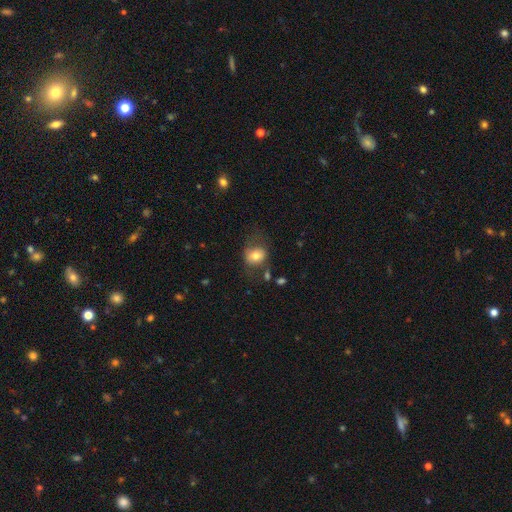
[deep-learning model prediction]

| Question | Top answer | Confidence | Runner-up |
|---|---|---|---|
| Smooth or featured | smooth | 72% | featured or disk (20%) |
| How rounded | round | 56% | in between (43%) |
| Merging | none | 57% | minor disturbance (23%) |